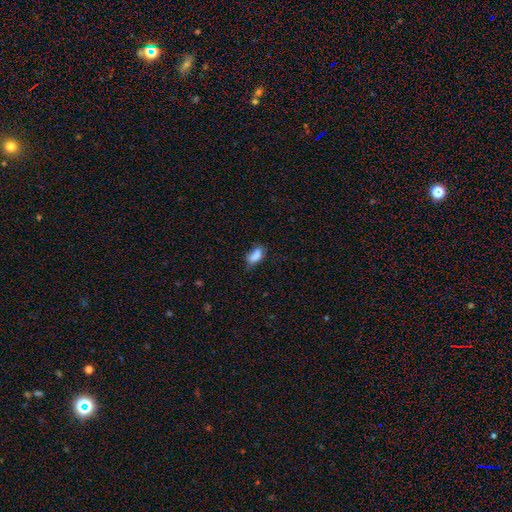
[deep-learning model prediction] smooth-or-featured: smooth: 79% | featured or disk: 10% | star or artifact: 10%
  how-rounded: in between: 84% | cigar-shaped: 10% | round: 6%
  merging: none: 46% | minor disturbance: 32% | major disturbance: 13% | merger: 9%